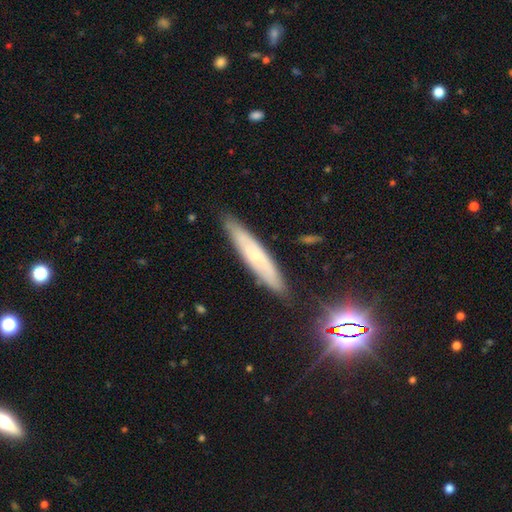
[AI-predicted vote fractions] smooth_or_featured: smooth (p=0.46) [alt: featured or disk p=0.42]
merging: none (p=0.85) [alt: minor disturbance p=0.11]